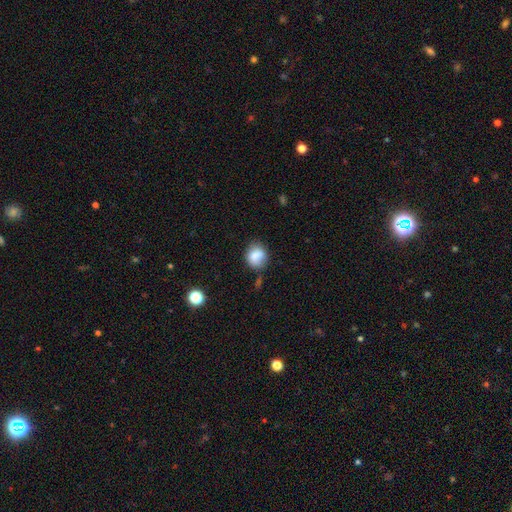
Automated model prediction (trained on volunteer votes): This is clearly a smooth galaxy (84%). How rounded: likely round (70%). Merging: likely none (66%).